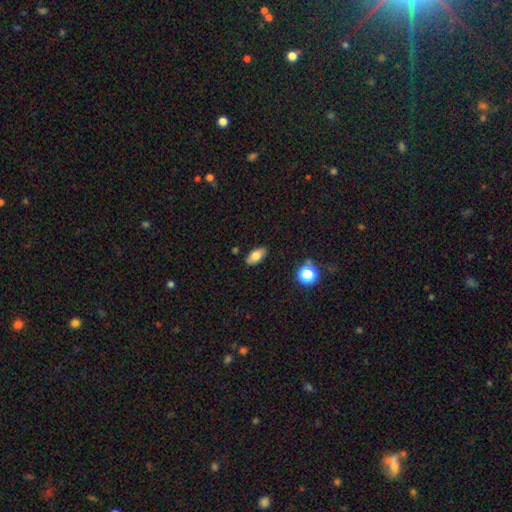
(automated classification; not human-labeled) This appears to be a smooth galaxy with no disk features (76%) that is in between round and cigar-shaped (88%). Merging: none (87%).